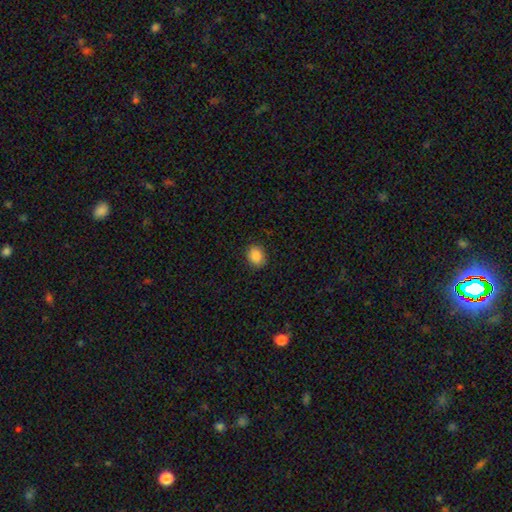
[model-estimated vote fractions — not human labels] Q: Smooth or featured?
A: smooth (87%); runner-up: star or artifact (9%)
Q: How rounded?
A: round (64%); runner-up: in between (35%)
Q: Merging?
A: none (88%); runner-up: minor disturbance (9%)